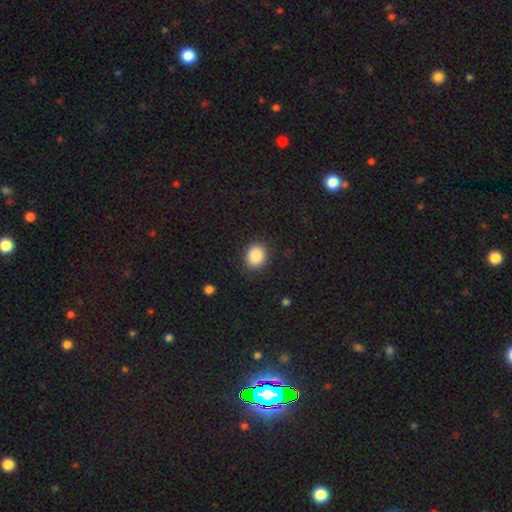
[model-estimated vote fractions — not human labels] The model was most divided on "how rounded": round: 62%, in between: 37%, cigar-shaped: 1%. More confident: merging — none (88%); smooth or featured — smooth (88%).